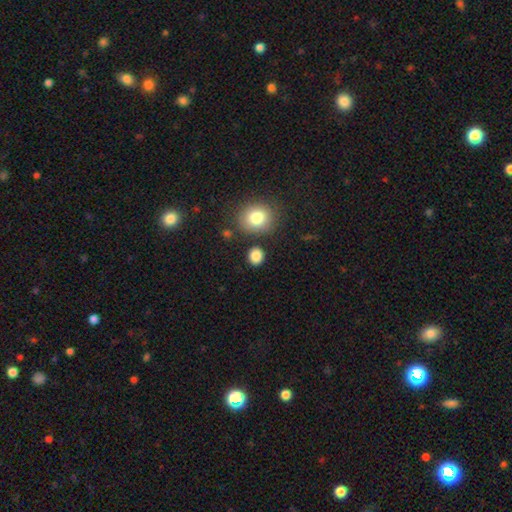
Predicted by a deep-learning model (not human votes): A smooth galaxy with no disk features (86%) that is round (79%). Merging: none (85%).